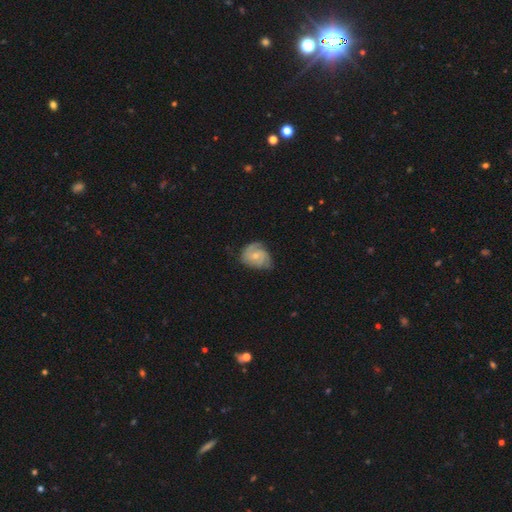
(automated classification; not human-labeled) A featured or disk galaxy (67%) with no bar (61%), 2 (41%) tight (46%) spiral arms (92%) and a small central bulge (56%). Merging: none (59%).